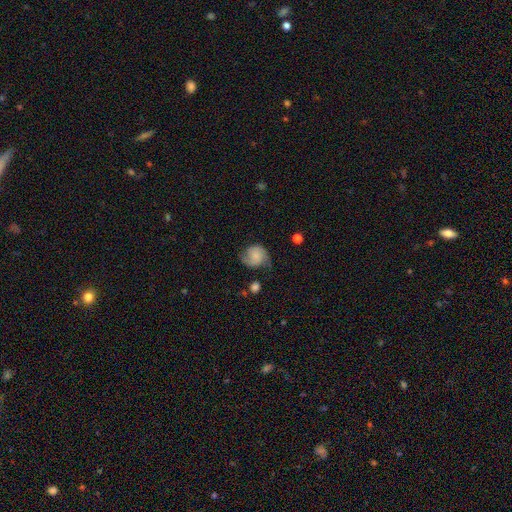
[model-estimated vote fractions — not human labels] A featured or disk galaxy (56%) with no bar (73%), 2 (82%) medium (43%) spiral arms (92%) and no central bulge (43%).

Vote fractions:
- Smooth or featured? featured or disk: 56% / smooth: 35% / star or artifact: 9%
- Edge-on disk? no: 98% / yes: 2%
- Bar? no: 73% / weak: 23% / strong: 4%
- Spiral arms? yes: 92% / no: 8%
- Spiral winding? medium: 43% / loose: 29% / tight: 29%
- Spiral arm count? 2: 82% / can't tell: 7% / 1: 6% / 3: 2% / 4: 1% / more than 4: 1%
- Bulge size? none: 43% / small: 32% / moderate: 15% / large: 6% / dominant: 3%
- Merging? none: 60% / minor disturbance: 26% / major disturbance: 11% / merger: 2%